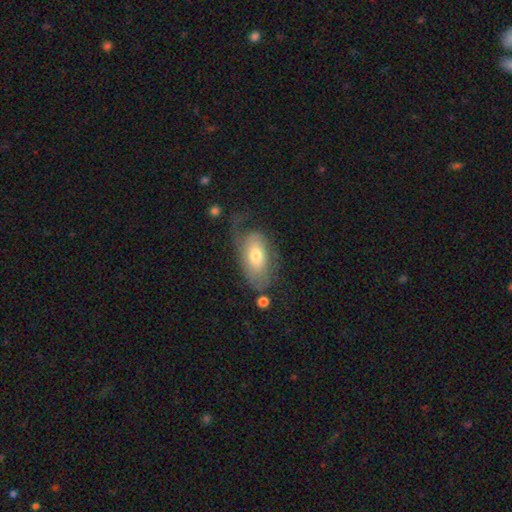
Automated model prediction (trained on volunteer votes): smooth_or_featured: smooth (p=0.52) [alt: featured or disk p=0.42]
how_rounded: in between (p=0.91) [alt: round p=0.06]
merging: none (p=0.41) [alt: major disturbance p=0.31]